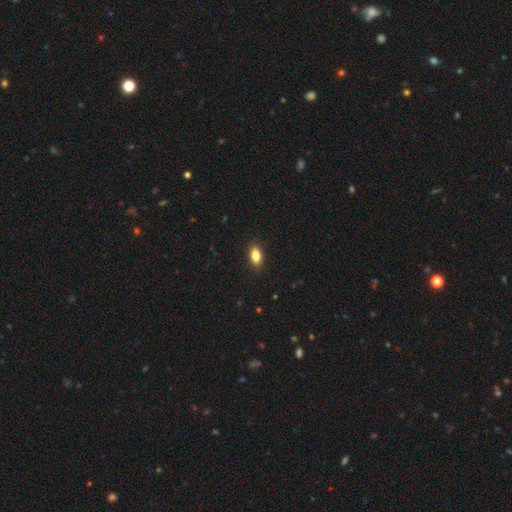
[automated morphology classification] type=smooth (84%); roundness=in between (88%); merging=none (89%).